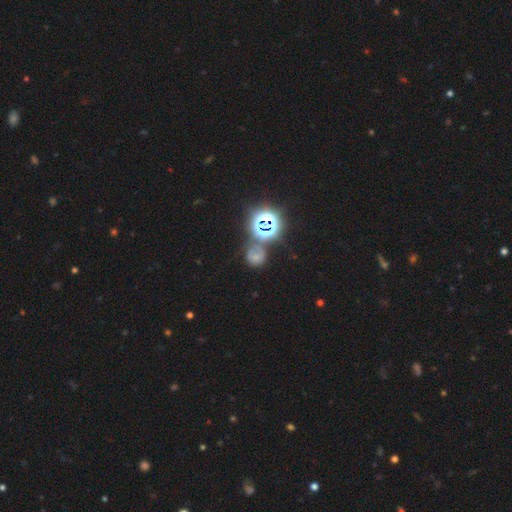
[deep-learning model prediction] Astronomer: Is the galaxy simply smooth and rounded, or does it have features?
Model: smooth — 46% (runner-up: star or artifact, 37%).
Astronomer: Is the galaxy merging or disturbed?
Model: none — 52%.